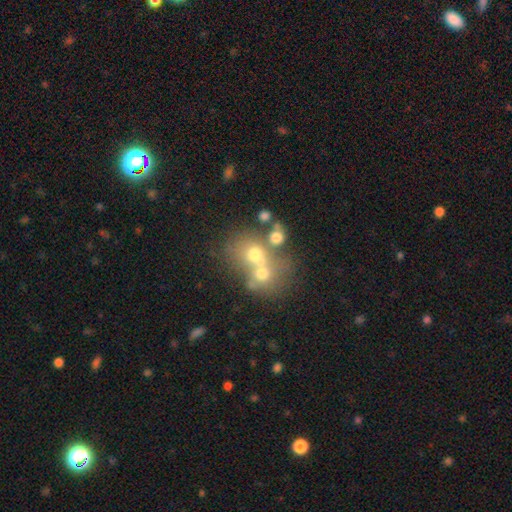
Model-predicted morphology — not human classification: Overall: smooth (51%; featured or disk 32%). How rounded: round (69%; in between 30%). Merging: merger (57%; none 30%).